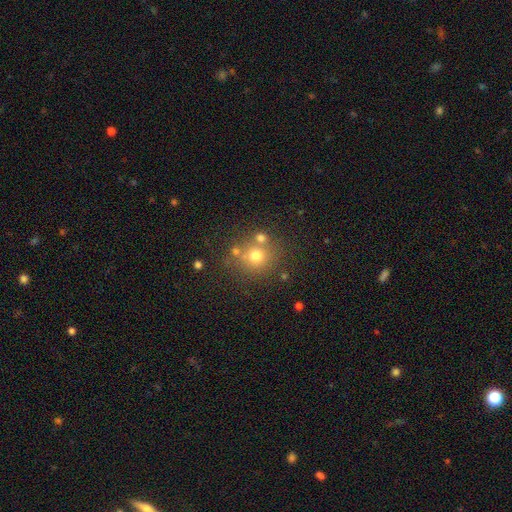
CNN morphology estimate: This appears to be a smooth galaxy with no disk features (69%) that is round (89%). Merging: none (67%).